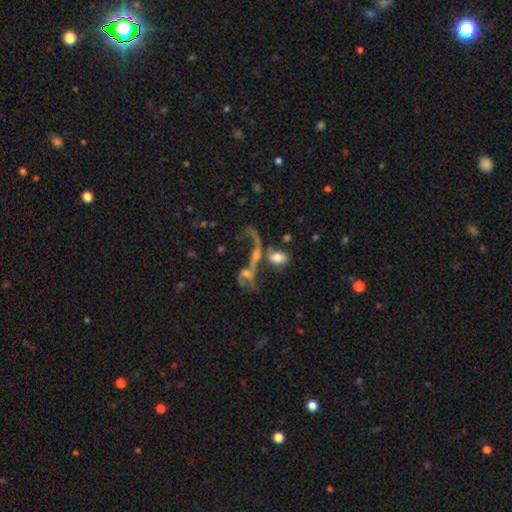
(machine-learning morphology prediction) This appears to be a featured or disk galaxy (51%). Merging: merger (52%).